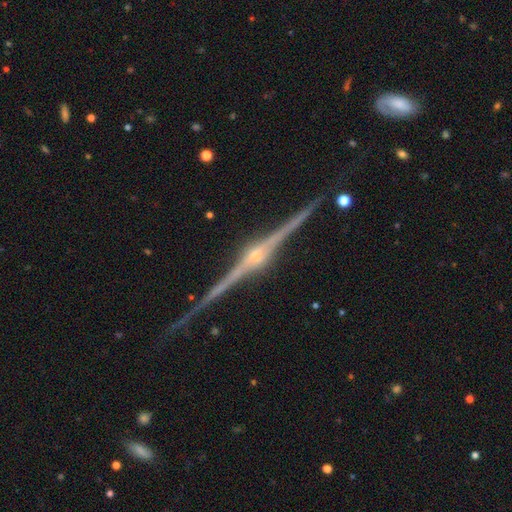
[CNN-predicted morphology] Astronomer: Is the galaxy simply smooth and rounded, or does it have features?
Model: featured or disk — 92%.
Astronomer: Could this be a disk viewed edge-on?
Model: yes — 98%.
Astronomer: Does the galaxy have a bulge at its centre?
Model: rounded — 89%.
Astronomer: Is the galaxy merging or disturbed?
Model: none — 86%.